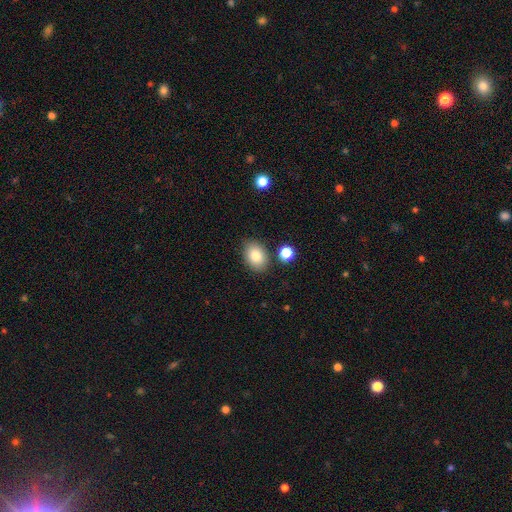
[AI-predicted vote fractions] A smooth galaxy with no disk features (83%) that is in between round and cigar-shaped (78%).

Vote fractions:
- Smooth or featured? smooth: 83% / featured or disk: 9% / star or artifact: 8%
- How rounded? in between: 78% / round: 21% / cigar-shaped: 1%
- Merging? none: 82% / minor disturbance: 11% / merger: 5% / major disturbance: 3%